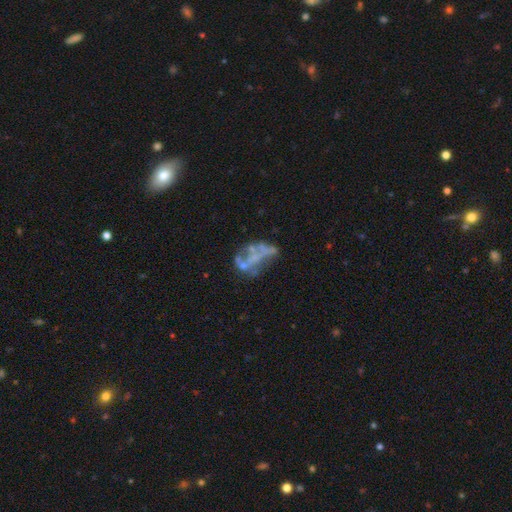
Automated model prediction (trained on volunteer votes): smooth_or_featured: featured or disk (p=0.67) [alt: smooth p=0.17]
disk_edge_on: no (p=0.97) [alt: yes p=0.03]
bar: no (p=0.88) [alt: weak p=0.07]
has_spiral_arms: no (p=0.91) [alt: yes p=0.09]
bulge_size: none (p=0.79) [alt: small p=0.12]
merging: none (p=0.39) [alt: major disturbance p=0.28]